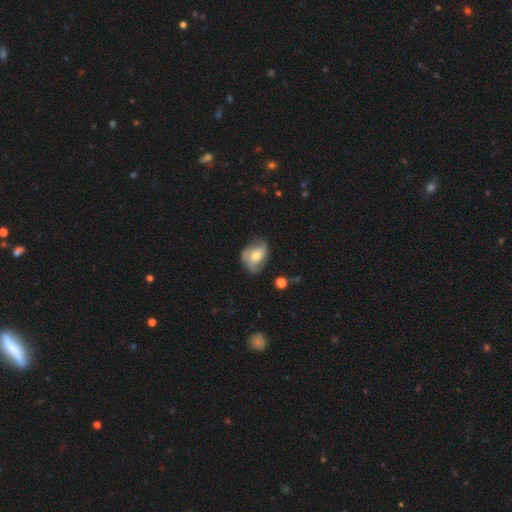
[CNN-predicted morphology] Q: Smooth or featured?
A: featured or disk (51%); runner-up: smooth (41%)
Q: Edge-on disk?
A: no (95%); runner-up: yes (5%)
Q: Merging?
A: none (54%); runner-up: minor disturbance (29%)